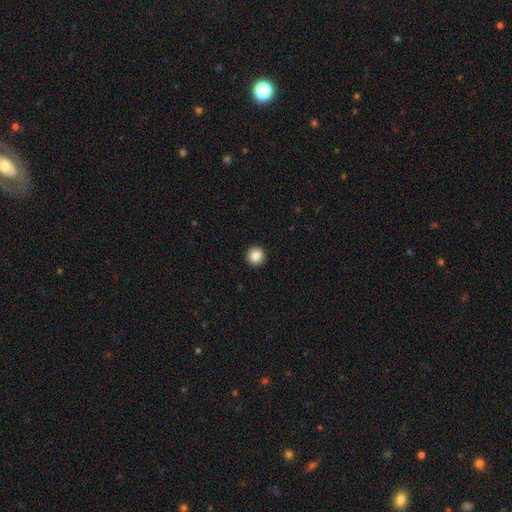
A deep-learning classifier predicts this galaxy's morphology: This is clearly a smooth galaxy (85%). How rounded: clearly round (93%). Merging: clearly none (93%).